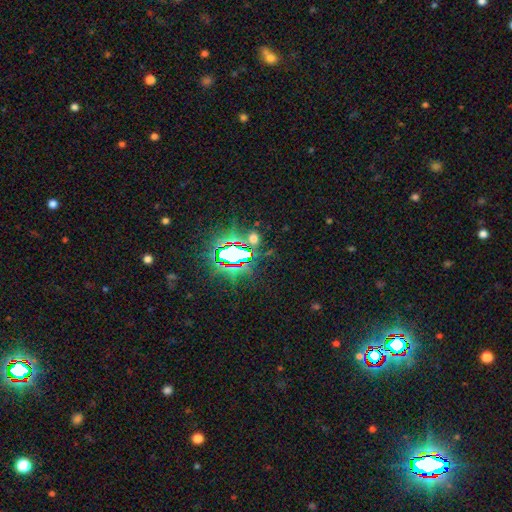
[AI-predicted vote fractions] This appears to be a star or artifact, not a galaxy (80%).